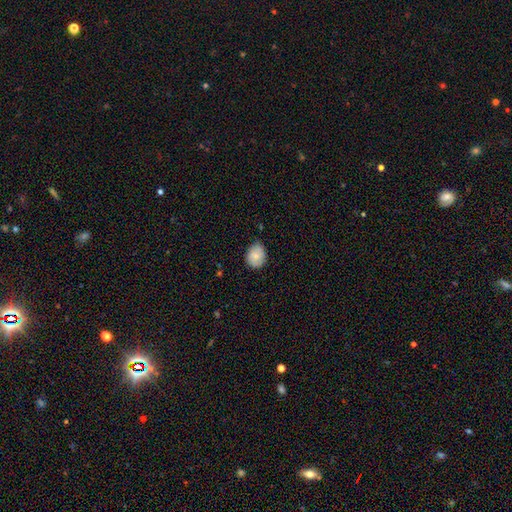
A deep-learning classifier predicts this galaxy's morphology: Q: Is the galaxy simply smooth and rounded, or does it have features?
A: smooth — 79%.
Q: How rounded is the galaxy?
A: round — 51%.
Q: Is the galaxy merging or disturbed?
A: none — 64%.